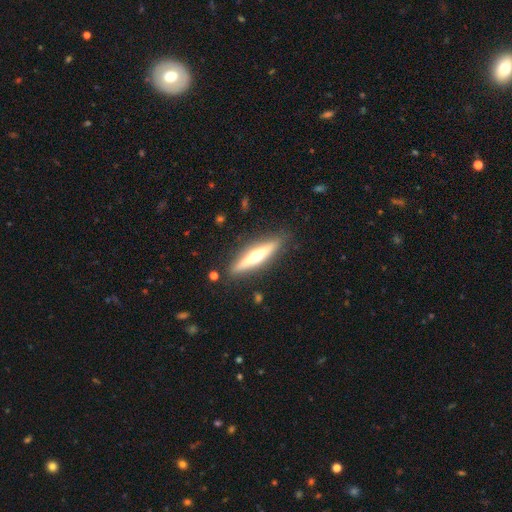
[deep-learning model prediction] A featured or disk galaxy (62%) viewed edge-on (94%) with a rounded central bulge (94%). Merging: none (87%).